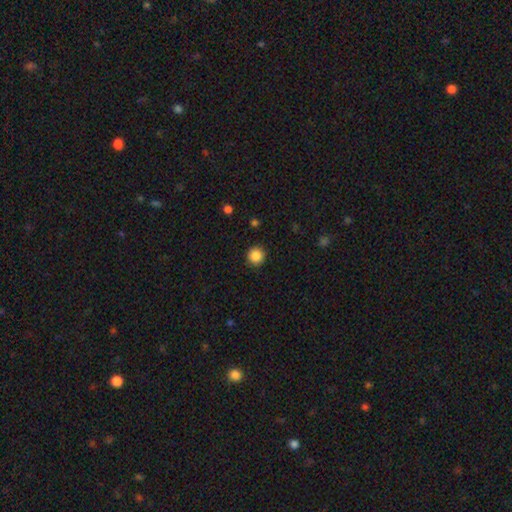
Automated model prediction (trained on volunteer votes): Q: Smooth or featured?
A: smooth (87%); runner-up: star or artifact (10%)
Q: How rounded?
A: round (95%); runner-up: in between (5%)
Q: Merging?
A: none (91%); runner-up: minor disturbance (6%)